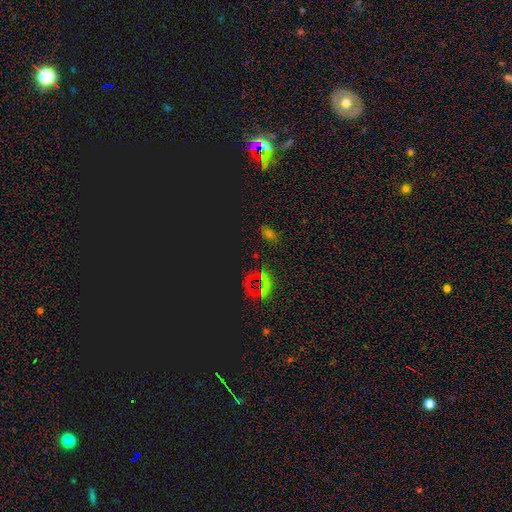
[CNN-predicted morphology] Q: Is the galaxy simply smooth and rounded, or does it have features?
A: star or artifact — 69%.